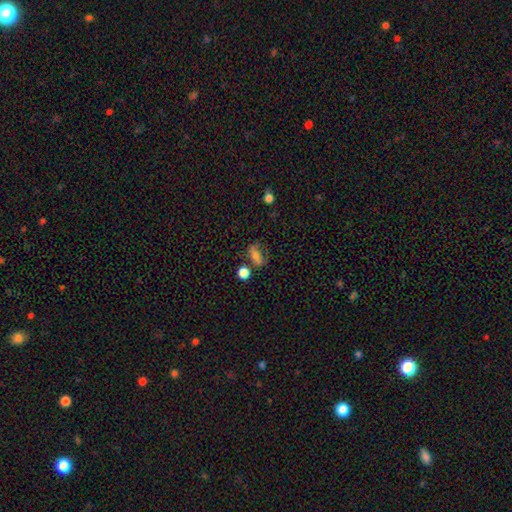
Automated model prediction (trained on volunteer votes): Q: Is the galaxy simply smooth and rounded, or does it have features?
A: smooth — 61%.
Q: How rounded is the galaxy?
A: in between — 71%.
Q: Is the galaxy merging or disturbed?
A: none — 49%.